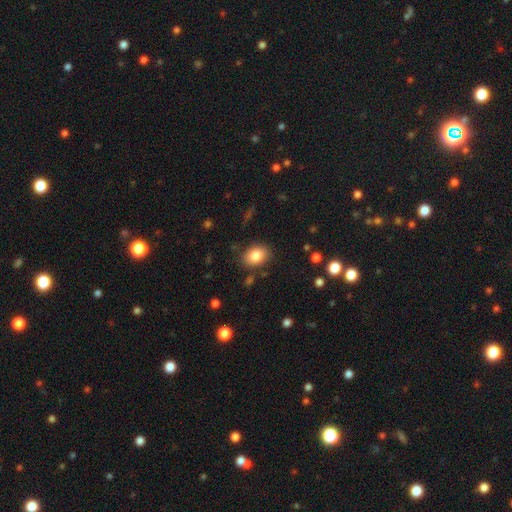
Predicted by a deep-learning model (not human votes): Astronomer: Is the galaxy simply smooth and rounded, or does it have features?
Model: smooth — 82%.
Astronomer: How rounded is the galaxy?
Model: in between — 70%.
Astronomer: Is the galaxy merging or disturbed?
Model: none — 85%.